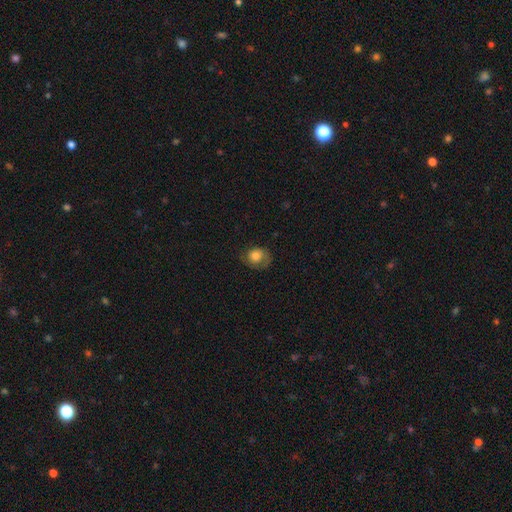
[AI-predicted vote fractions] smooth_or_featured: smooth (p=0.63) [alt: featured or disk p=0.29]
how_rounded: round (p=0.61) [alt: in between p=0.38]
merging: none (p=0.61) [alt: minor disturbance p=0.24]